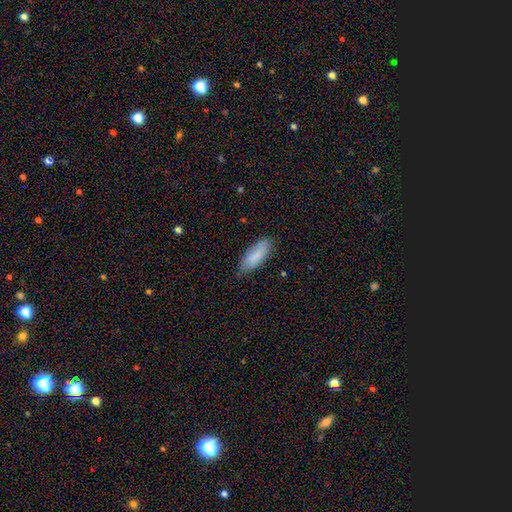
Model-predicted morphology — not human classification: smooth 84%, featured or disk 10%, star or artifact 6%. Down the decision tree: how rounded — in between (71%); merging — none (71%).